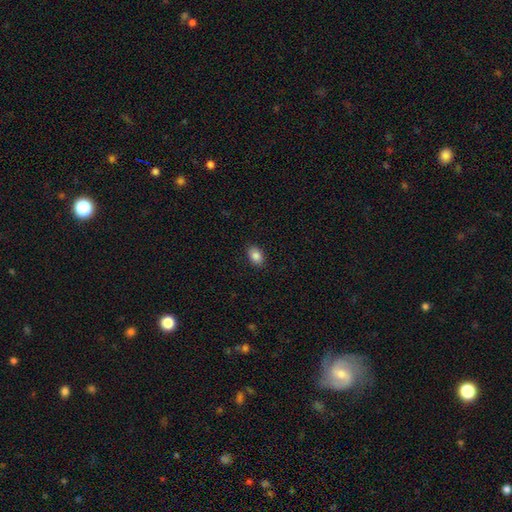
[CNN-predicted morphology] Smooth or featured: smooth — 87% (star or artifact — 8%)
How rounded: in between — 84% (round — 15%)
Merging: none — 89% (minor disturbance — 8%)